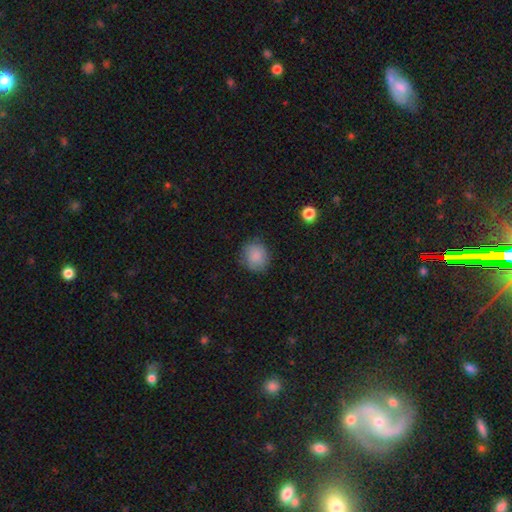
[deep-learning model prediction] This appears to be a smooth galaxy with no disk features (86%) that is round (76%). Merging: none (80%).